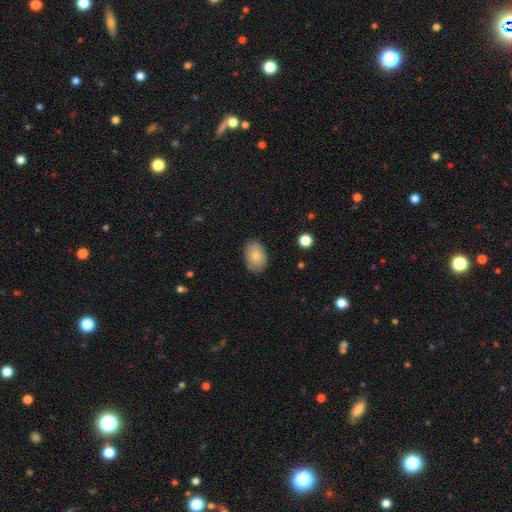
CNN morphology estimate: Q: Smooth or featured?
A: smooth (82%); runner-up: featured or disk (11%)
Q: How rounded?
A: in between (84%); runner-up: round (15%)
Q: Merging?
A: none (85%); runner-up: minor disturbance (12%)